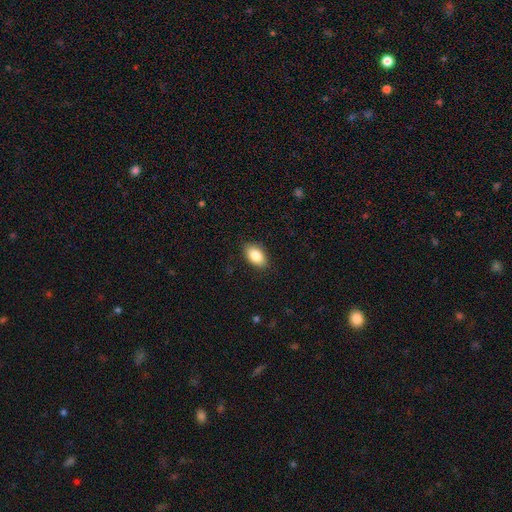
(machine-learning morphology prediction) This appears to be a smooth galaxy with no disk features (86%) that is in between round and cigar-shaped (93%). Merging: none (87%).